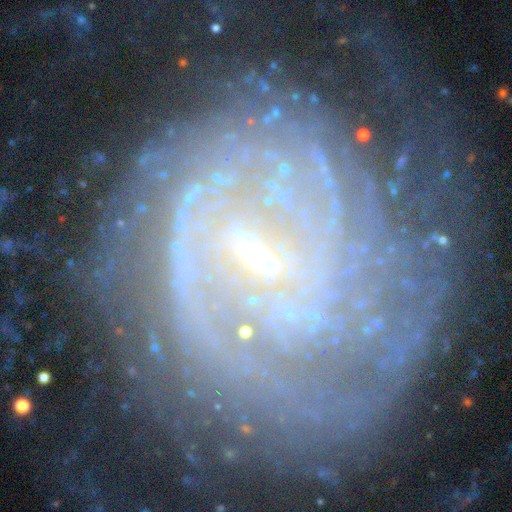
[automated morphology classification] A featured or disk galaxy (84%) with a weak bar (47%), tight (67%) spiral arms (91%) and a small central bulge (70%). Merging: none (65%).